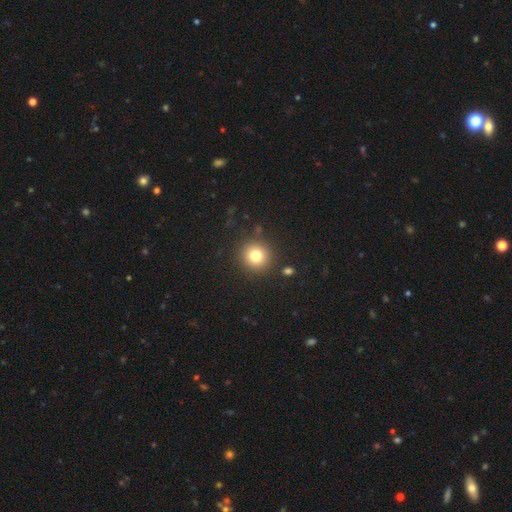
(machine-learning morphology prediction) Overall: smooth (80%). How rounded: round (93%). Merging: none (88%).